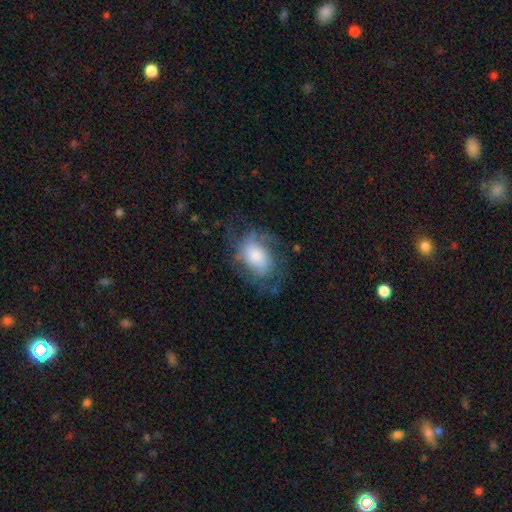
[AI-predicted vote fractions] A featured or disk galaxy (46%).

Vote fractions:
- Smooth or featured? featured or disk: 46% / smooth: 45% / star or artifact: 8%
- Merging? none: 49% / major disturbance: 25% / minor disturbance: 25% / merger: 2%